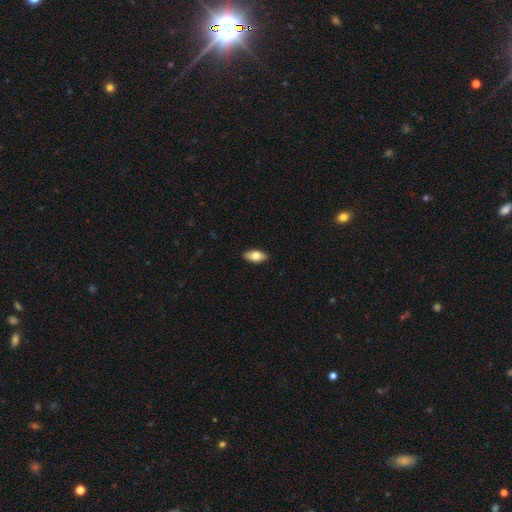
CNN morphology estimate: smooth-or-featured: smooth: 75% | featured or disk: 19% | star or artifact: 6%
  how-rounded: in between: 89% | cigar-shaped: 7% | round: 3%
  merging: none: 90% | minor disturbance: 7% | major disturbance: 2% | merger: 1%